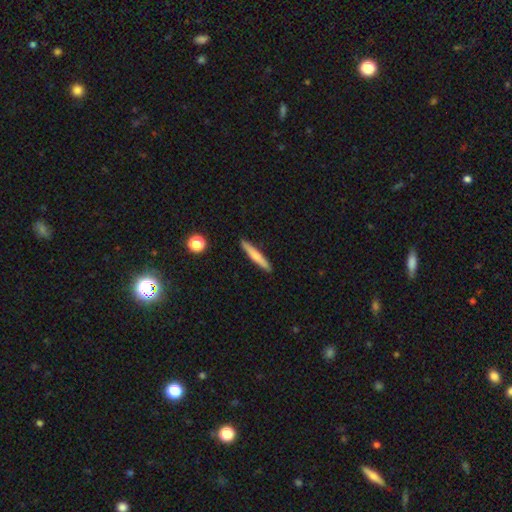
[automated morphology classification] Q: Smooth or featured?
A: smooth (64%); runner-up: featured or disk (30%)
Q: How rounded?
A: cigar-shaped (94%); runner-up: in between (4%)
Q: Merging?
A: none (90%); runner-up: minor disturbance (7%)